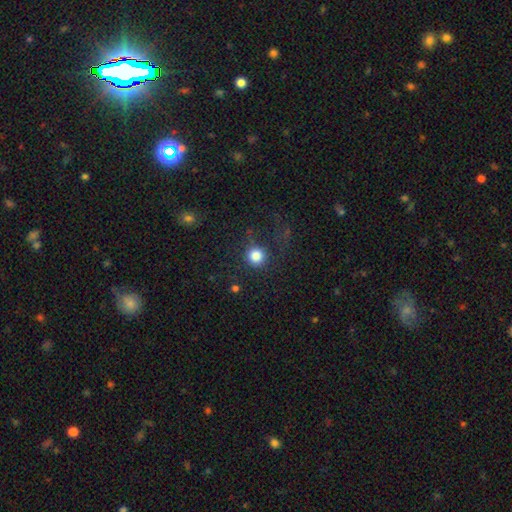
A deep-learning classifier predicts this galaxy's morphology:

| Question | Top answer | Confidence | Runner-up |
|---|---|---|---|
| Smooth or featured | smooth | 83% | star or artifact (12%) |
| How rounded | round | 94% | in between (5%) |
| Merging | none | 78% | minor disturbance (11%) |